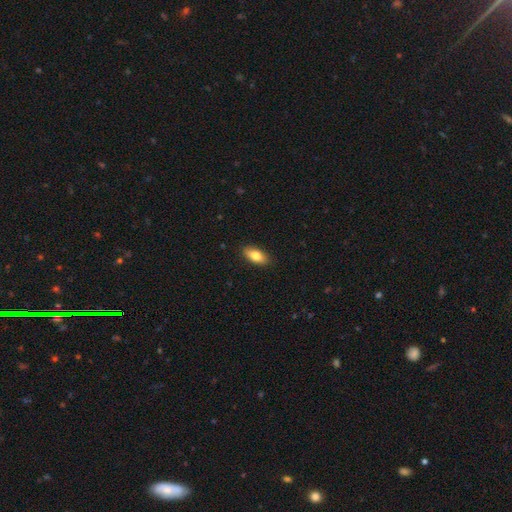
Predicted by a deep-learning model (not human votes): Overall: smooth (79%). How rounded: in between (85%). Merging: none (89%).